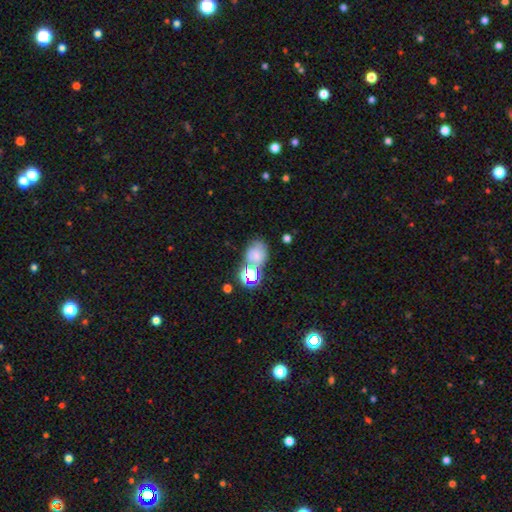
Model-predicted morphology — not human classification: smooth_or_featured: smooth (p=0.52) [alt: featured or disk p=0.25]
how_rounded: in between (p=0.56) [alt: round p=0.43]
merging: none (p=0.43) [alt: merger p=0.28]